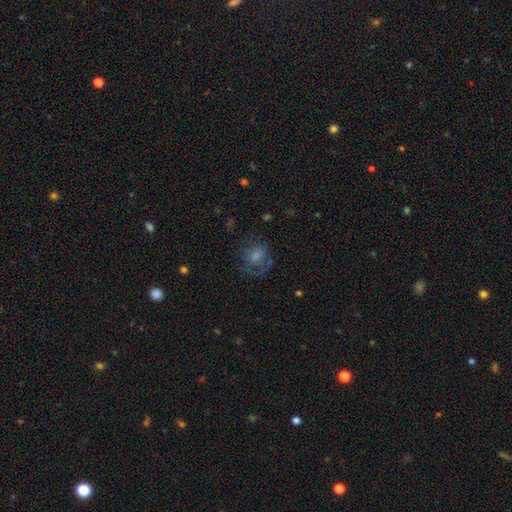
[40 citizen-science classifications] Q: Smooth or featured?
A: featured or disk (55%); runner-up: smooth (38%)
Q: Edge-on disk?
A: no (100%)
Q: Bar?
A: no (73%); runner-up: weak (27%)
Q: Spiral arms?
A: yes (55%); runner-up: no (45%)
Q: Spiral winding?
A: medium (50%); runner-up: loose (33%)
Q: Spiral arm count?
A: can't tell (50%); runner-up: 1 (33%)
Q: Bulge size?
A: moderate (55%); runner-up: small (23%)
Q: Merging?
A: major disturbance (41%); runner-up: none (38%)